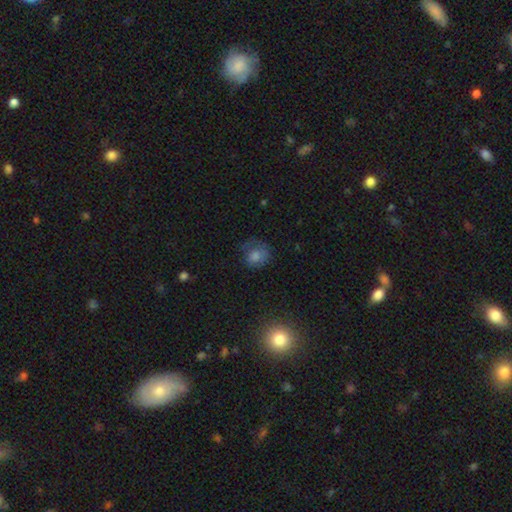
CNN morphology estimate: Smooth or featured? Predicted: smooth (p=0.66). How rounded? Predicted: round (p=0.69). Merging? Predicted: none (p=0.58).